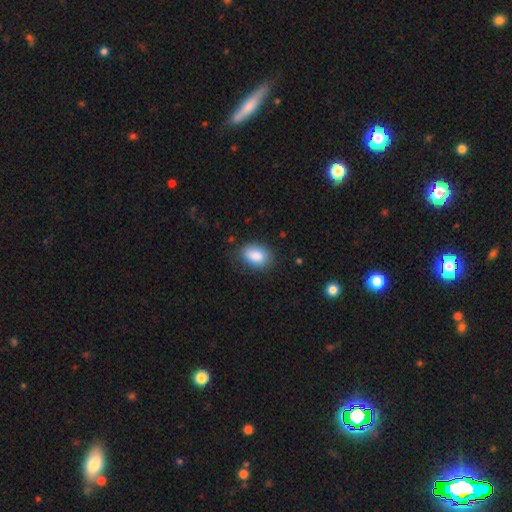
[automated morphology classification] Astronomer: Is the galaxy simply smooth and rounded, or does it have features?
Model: smooth — 87%.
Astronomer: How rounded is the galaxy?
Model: in between — 85%.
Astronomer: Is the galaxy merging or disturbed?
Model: none — 79%.